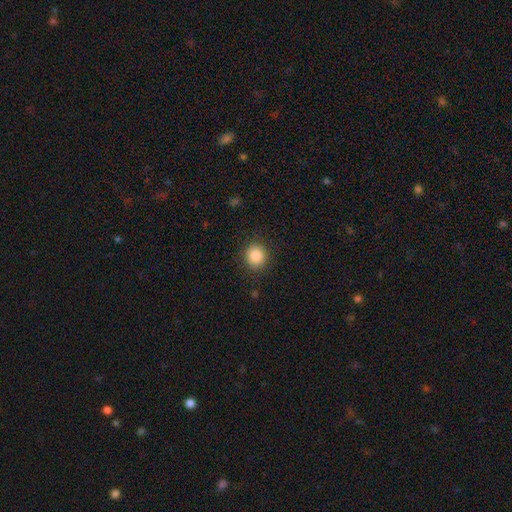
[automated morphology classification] Smooth or featured: smooth — 86% (star or artifact — 10%)
How rounded: round — 86% (in between — 13%)
Merging: none — 89% (minor disturbance — 7%)